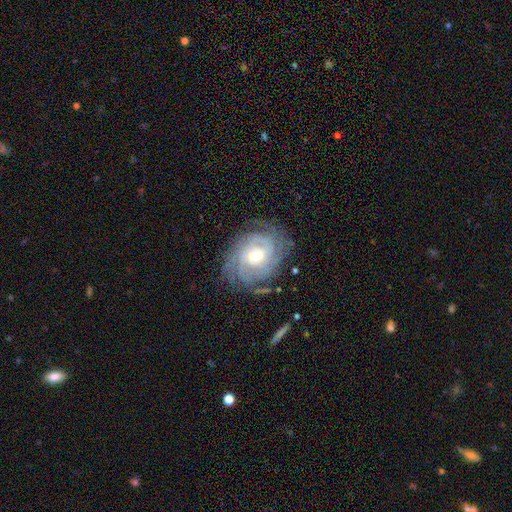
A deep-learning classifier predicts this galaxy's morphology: Smooth or featured: featured or disk — 87% (smooth — 7%)
Edge-on disk: no — 97% (yes — 3%)
Bar: no — 60% (weak — 32%)
Spiral arms: yes — 97% (no — 3%)
Spiral winding: tight — 74% (medium — 22%)
Spiral arm count: can't tell — 31% (4 — 21%)
Bulge size: moderate — 54% (small — 41%)
Merging: none — 76% (minor disturbance — 16%)